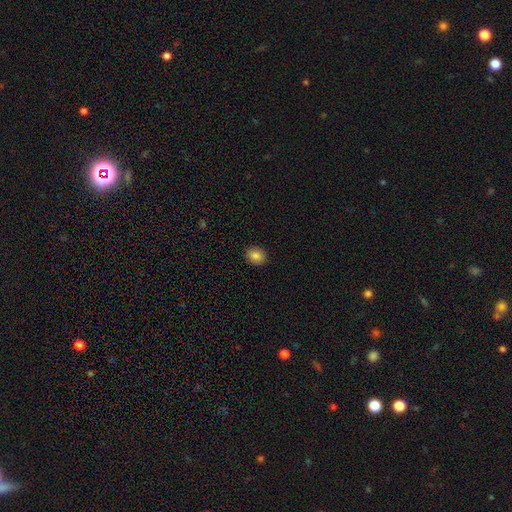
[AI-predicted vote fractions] Smooth or featured: smooth — 84% (star or artifact — 10%)
How rounded: round — 68% (in between — 31%)
Merging: none — 90% (minor disturbance — 7%)